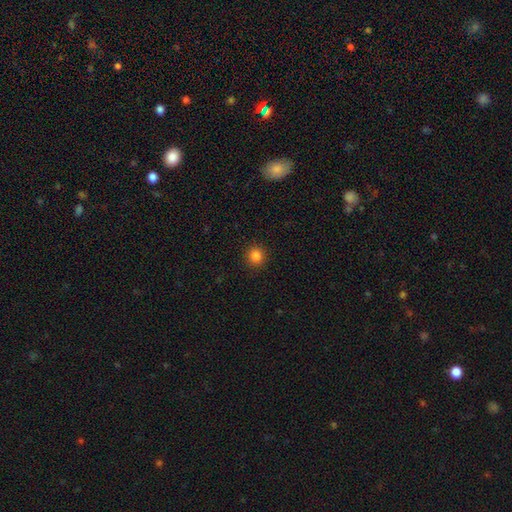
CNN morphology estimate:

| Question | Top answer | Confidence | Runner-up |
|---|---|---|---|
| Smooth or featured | smooth | 84% | star or artifact (12%) |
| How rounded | round | 92% | in between (7%) |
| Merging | none | 91% | minor disturbance (6%) |